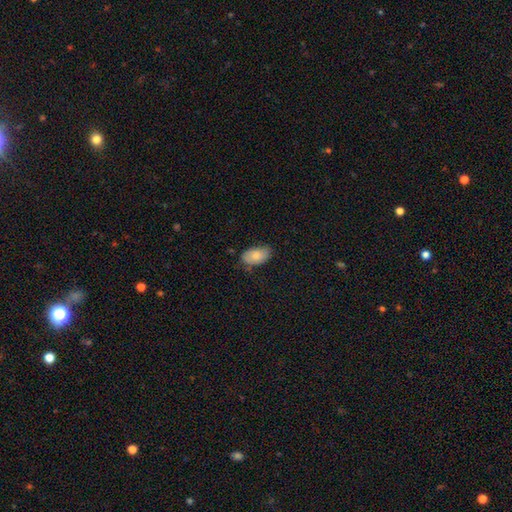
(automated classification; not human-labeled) The model was most divided on "merging": none: 68%, minor disturbance: 26%, major disturbance: 5%, merger: 2%. More confident: how rounded — in between (94%); smooth or featured — smooth (78%).